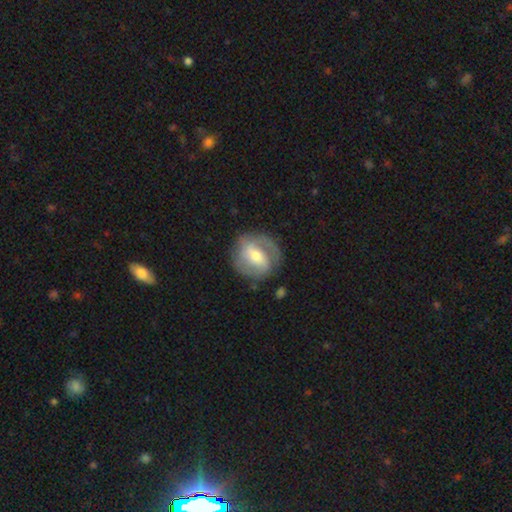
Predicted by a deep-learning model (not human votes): featured or disk 73%, smooth 22%, star or artifact 6%. Down the decision tree: edge-on disk — no (96%); bar — weak (43%); spiral arms — yes (86%); spiral arm count — 2 (68%); spiral winding — tight (42%); bulge size — moderate (62%); merging — none (76%).